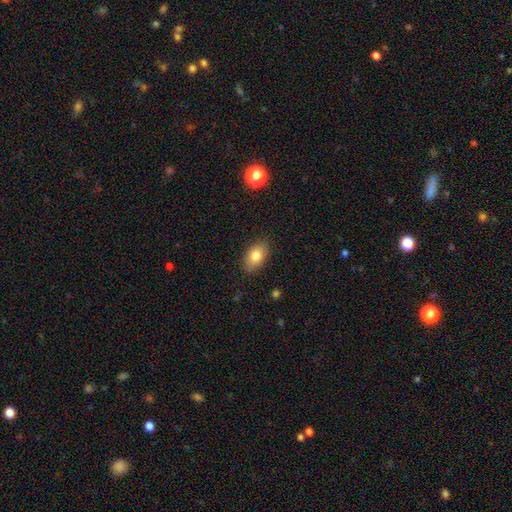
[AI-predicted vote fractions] Q: Smooth or featured?
A: smooth (80%); runner-up: featured or disk (12%)
Q: How rounded?
A: in between (89%); runner-up: round (9%)
Q: Merging?
A: none (86%); runner-up: minor disturbance (11%)